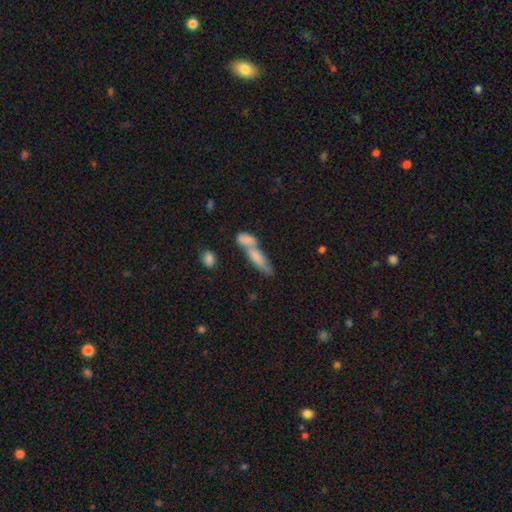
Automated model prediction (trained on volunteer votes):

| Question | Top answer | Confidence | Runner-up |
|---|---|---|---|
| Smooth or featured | smooth | 61% | featured or disk (28%) |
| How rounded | cigar-shaped | 61% | in between (34%) |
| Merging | merger | 53% | none (32%) |